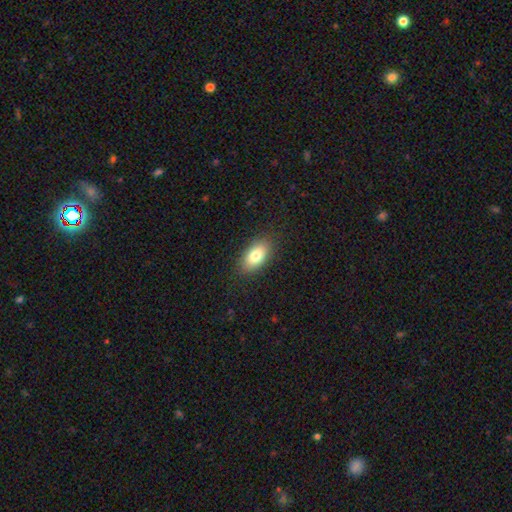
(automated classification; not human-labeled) Overall: smooth (80%). How rounded: in between (91%). Merging: none (87%).